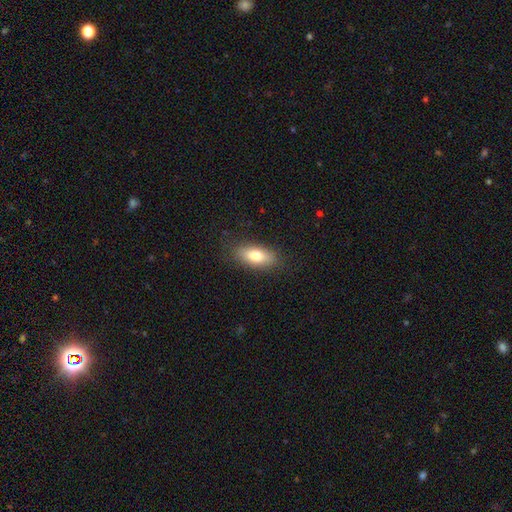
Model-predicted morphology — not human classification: The model was most divided on "smooth or featured": smooth: 75%, featured or disk: 18%, star or artifact: 8%. More confident: merging — none (85%); how rounded — in between (81%).